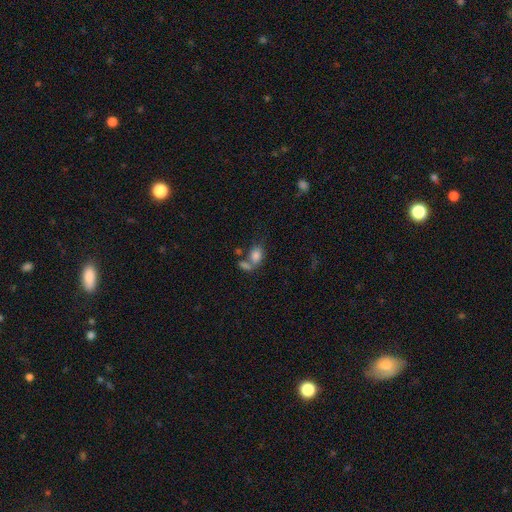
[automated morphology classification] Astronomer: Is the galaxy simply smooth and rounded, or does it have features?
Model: smooth — 79%.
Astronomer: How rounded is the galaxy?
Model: in between — 73%.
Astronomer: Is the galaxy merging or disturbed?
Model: merger — 47% (runner-up: none, 32%).